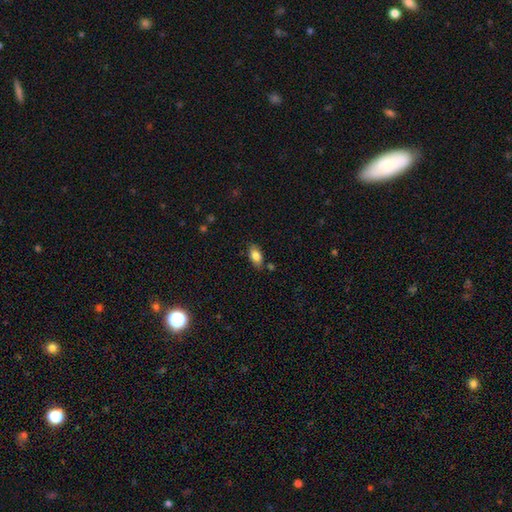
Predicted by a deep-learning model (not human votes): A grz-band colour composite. It shows a smooth galaxy with no disk features (82%) that is in between round and cigar-shaped (91%). Merging: none (78%).